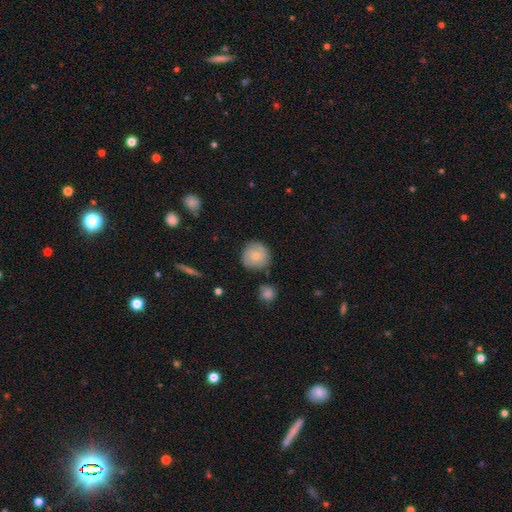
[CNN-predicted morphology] This is likely a smooth galaxy (71%). How rounded: clearly round (92%). Merging: likely none (76%).